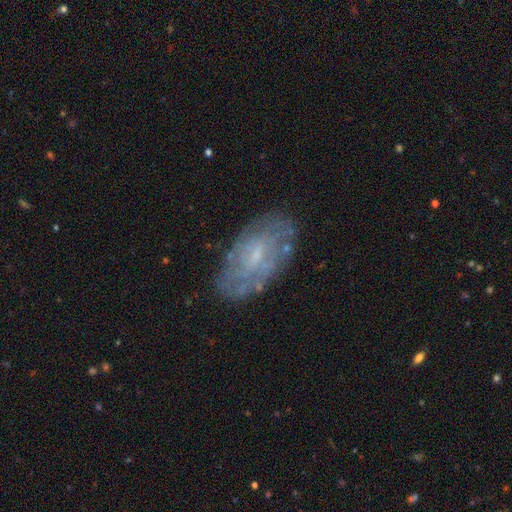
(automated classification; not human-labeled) This is likely a featured or disk galaxy (61%). It is clearly not viewed edge-on (93%). Bar: possibly no (55%). Spiral arm pattern: possibly yes (54%). Central bulge: likely small (61%). Merging: likely none (72%).